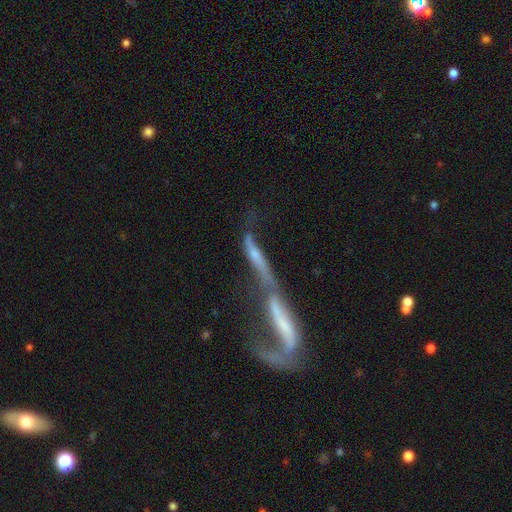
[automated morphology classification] This is possibly a featured or disk galaxy (55%). It is possibly not viewed edge-on (51%). Merging: likely merger (76%).